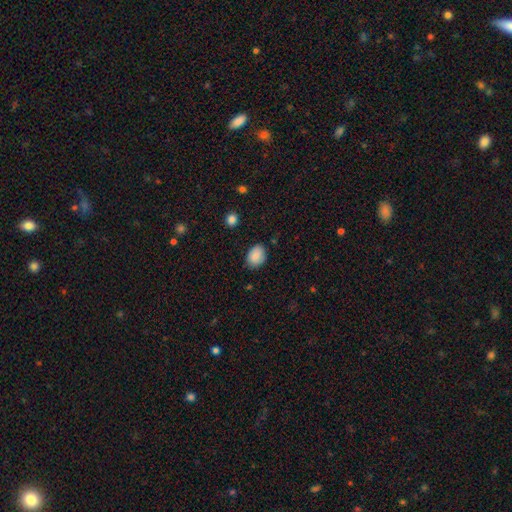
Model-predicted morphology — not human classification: type=smooth (88%); roundness=in between (67%); merging=none (80%).